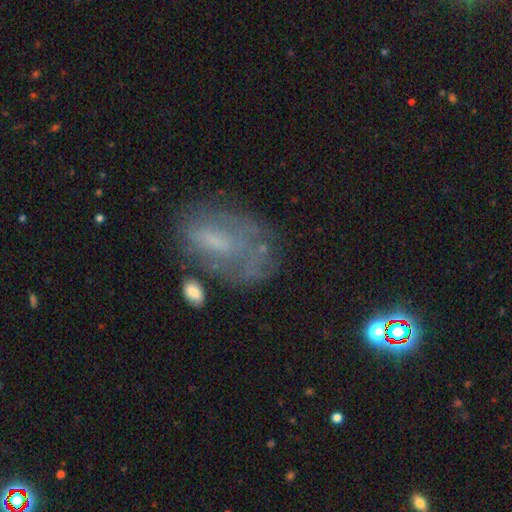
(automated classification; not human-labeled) Smooth or featured? Predicted: featured or disk (p=0.45). Merging? Predicted: none (p=0.49).